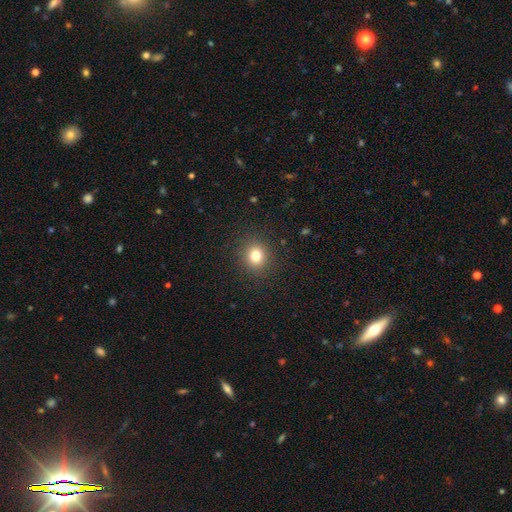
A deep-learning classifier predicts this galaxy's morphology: Smooth or featured?
  - smooth: 80% *
  - star or artifact: 13%
  - featured or disk: 7%
How rounded?
  - round: 77% *
  - in between: 22%
  - cigar-shaped: 1%
Merging?
  - none: 89% *
  - minor disturbance: 7%
  - major disturbance: 3%
  - merger: 1%